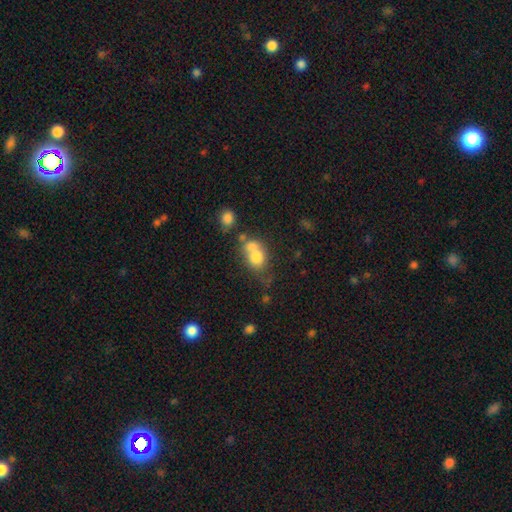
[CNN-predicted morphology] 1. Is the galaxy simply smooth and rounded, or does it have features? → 72% smooth, 17% featured or disk, 10% star or artifact.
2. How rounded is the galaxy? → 50% round, 49% in between, 1% cigar-shaped.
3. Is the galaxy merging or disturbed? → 50% merger, 29% none, 13% minor disturbance, 8% major disturbance.